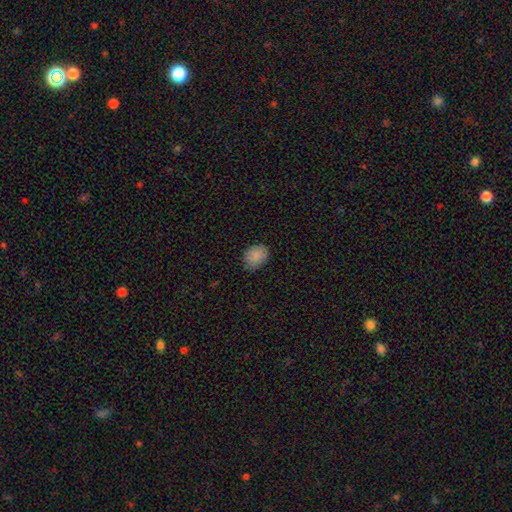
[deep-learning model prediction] smooth-or-featured: smooth: 87% | star or artifact: 8% | featured or disk: 5%
  how-rounded: in between: 58% | round: 41% | cigar-shaped: 1%
  merging: none: 81% | minor disturbance: 15% | major disturbance: 3% | merger: 1%